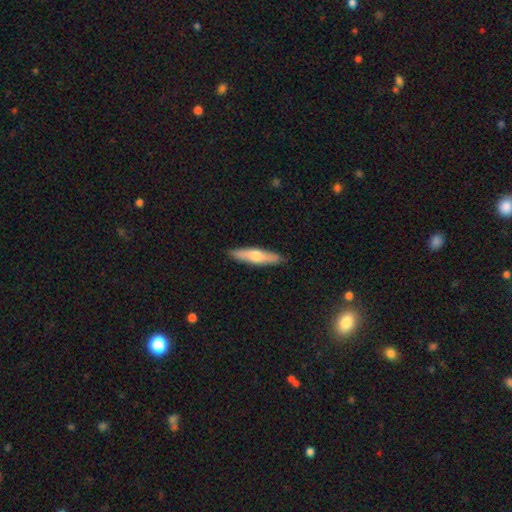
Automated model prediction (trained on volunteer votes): Smooth or featured? Predicted: smooth (p=0.58). How rounded? Predicted: cigar-shaped (p=0.80). Merging? Predicted: none (p=0.90).